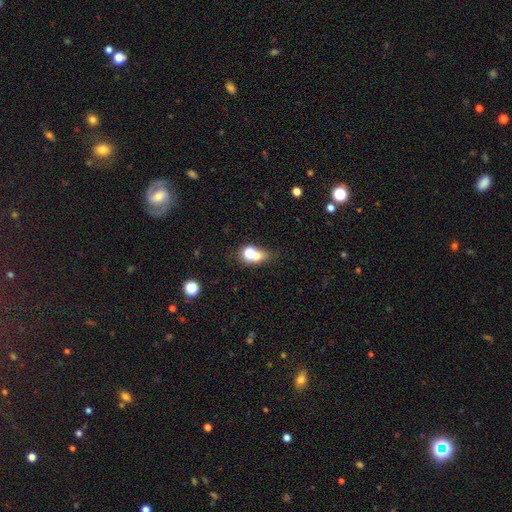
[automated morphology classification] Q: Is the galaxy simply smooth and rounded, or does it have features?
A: smooth — 61%.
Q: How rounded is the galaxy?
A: round — 49%.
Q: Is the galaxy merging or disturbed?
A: merger — 41%, tied with none.